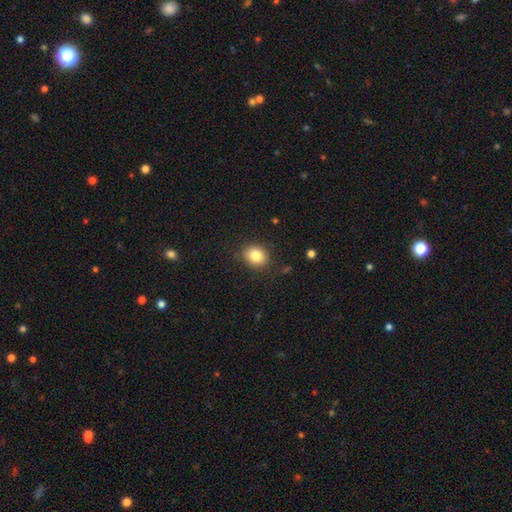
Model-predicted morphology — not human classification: smooth_or_featured: smooth (p=0.83) [alt: star or artifact p=0.10]
how_rounded: round (p=0.61) [alt: in between p=0.38]
merging: none (p=0.85) [alt: minor disturbance p=0.10]